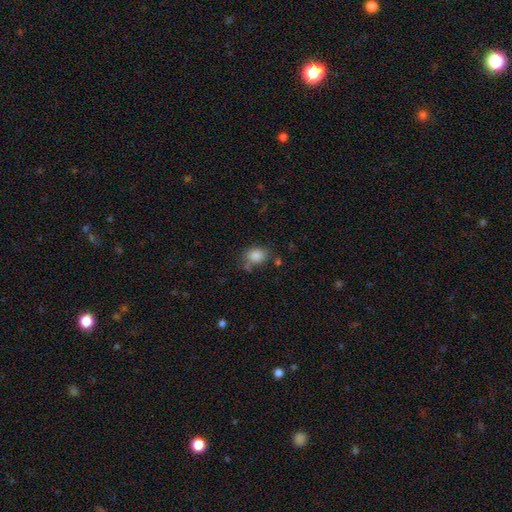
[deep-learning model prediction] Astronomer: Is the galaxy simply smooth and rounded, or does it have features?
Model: smooth — 84%.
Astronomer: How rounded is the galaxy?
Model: in between — 57% (runner-up: round, 42%).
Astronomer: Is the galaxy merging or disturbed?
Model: none — 67%.